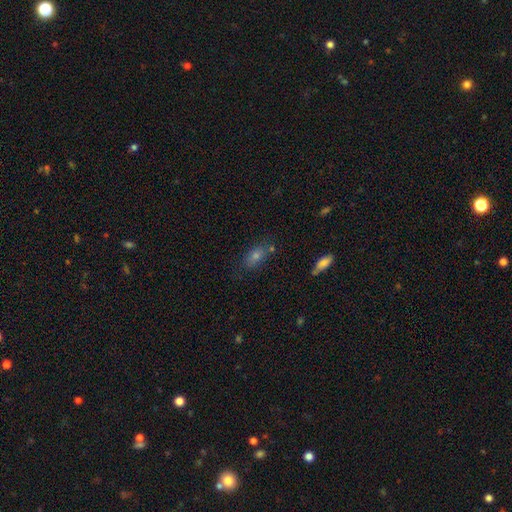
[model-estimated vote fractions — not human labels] Morphology: type=smooth (64%); roundness=in between (79%); merging=none (72%).